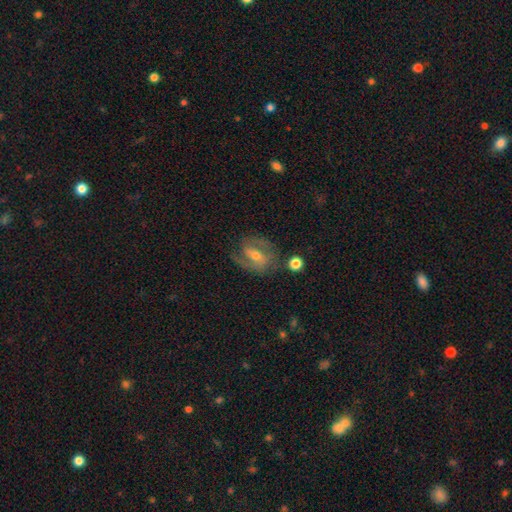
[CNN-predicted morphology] Smooth or featured? Predicted: featured or disk (p=0.79). Edge-on disk? Predicted: no (p=0.96). Bar? Predicted: weak (p=0.44). Spiral arms? Predicted: yes (p=0.91). Spiral winding? Predicted: medium (p=0.50). Spiral arm count? Predicted: 2 (p=0.78). Bulge size? Predicted: moderate (p=0.50). Merging? Predicted: none (p=0.71).